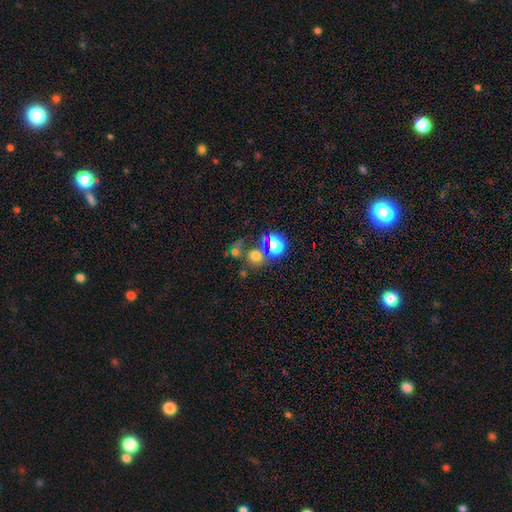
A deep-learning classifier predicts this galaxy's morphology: This appears to be a smooth galaxy with no disk features (66%) that is round (84%). Merging: none (51%).